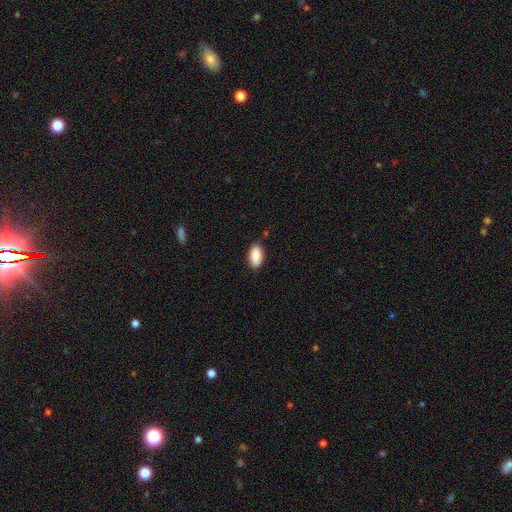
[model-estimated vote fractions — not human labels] Morphology: type=smooth (90%); roundness=in between (94%); merging=none (86%).